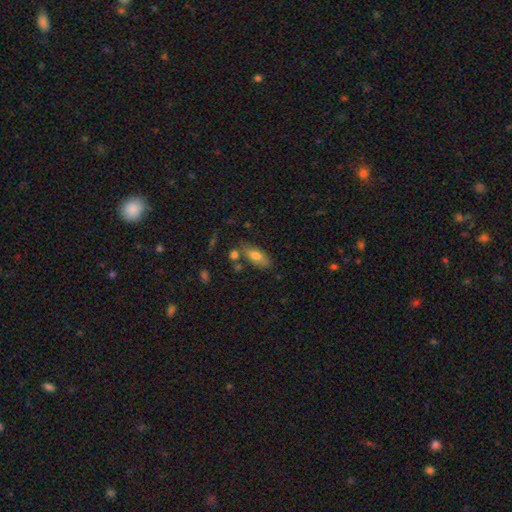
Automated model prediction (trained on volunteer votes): The model was most divided on "smooth or featured": smooth: 72%, featured or disk: 21%, star or artifact: 7%. More confident: how rounded — in between (81%); merging — none (69%).